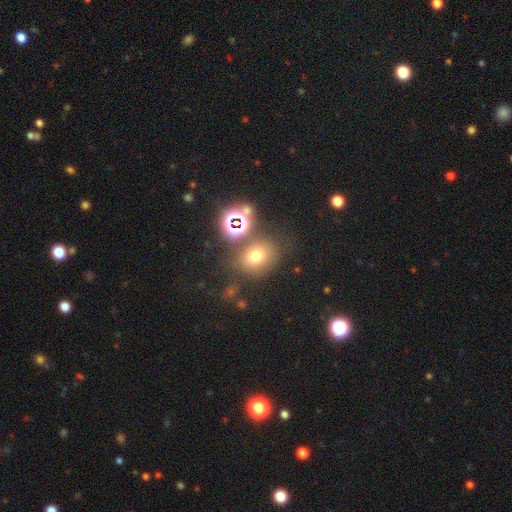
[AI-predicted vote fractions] smooth 66%, star or artifact 23%, featured or disk 11%. Down the decision tree: how rounded — round (66%); merging — none (68%).